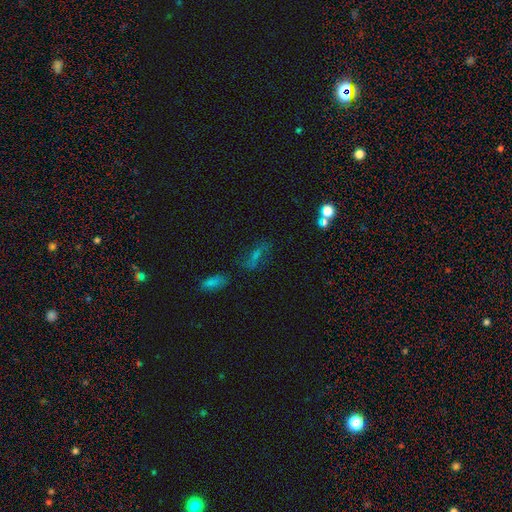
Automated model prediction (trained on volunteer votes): A featured or disk galaxy (35%).

Vote fractions:
- Smooth or featured? featured or disk: 35% / star or artifact: 34% / smooth: 31%
- Merging? none: 63% / minor disturbance: 16% / major disturbance: 11% / merger: 10%